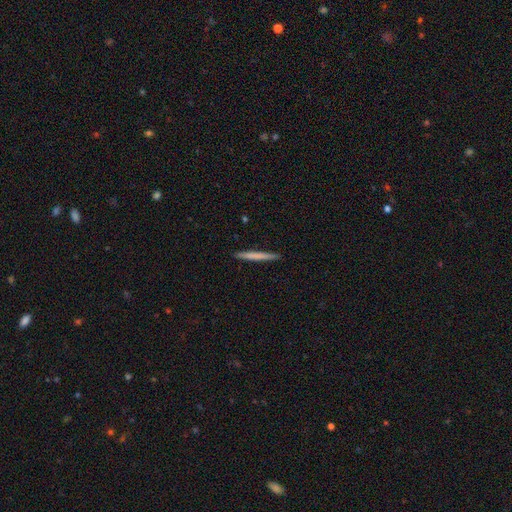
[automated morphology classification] Smooth or featured? smooth (66%)
How rounded? cigar-shaped (97%)
Merging? none (92%)